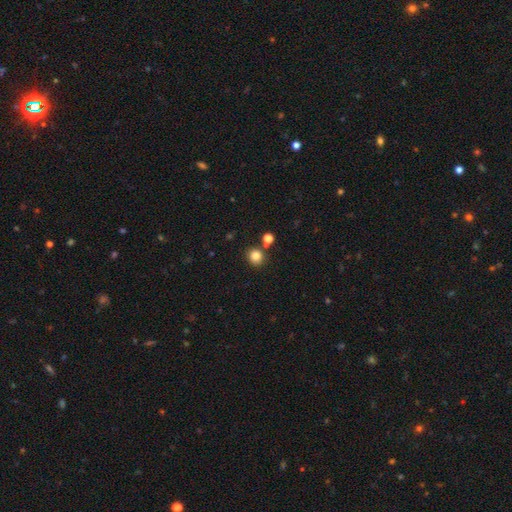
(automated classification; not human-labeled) A smooth galaxy with no disk features (83%) that is round (86%). Merging: none (79%).